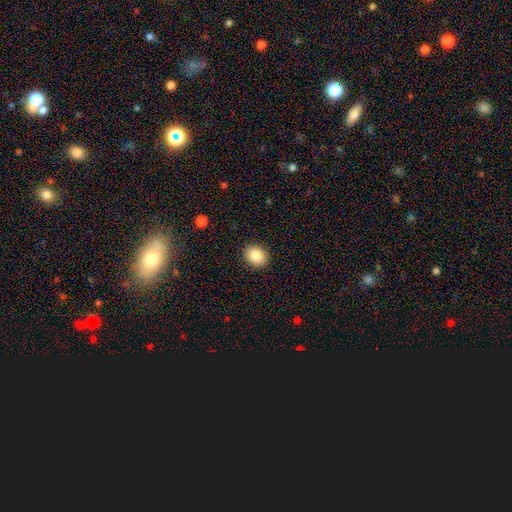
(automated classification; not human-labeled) Morphology: type=smooth (86%); roundness=round (53%); merging=none (90%).